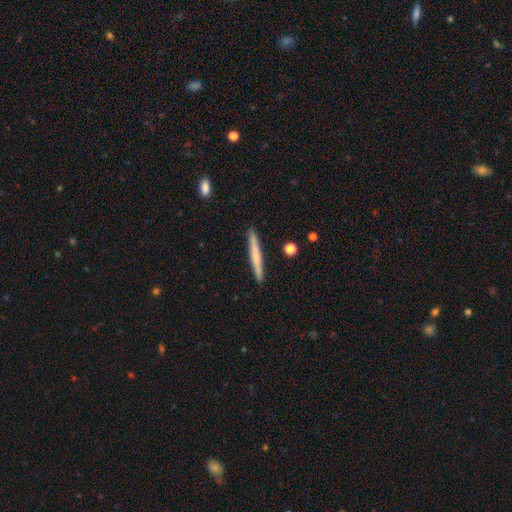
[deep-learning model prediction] Smooth or featured: smooth — 62% (featured or disk — 32%)
How rounded: cigar-shaped — 97% (in between — 2%)
Merging: none — 92% (minor disturbance — 6%)